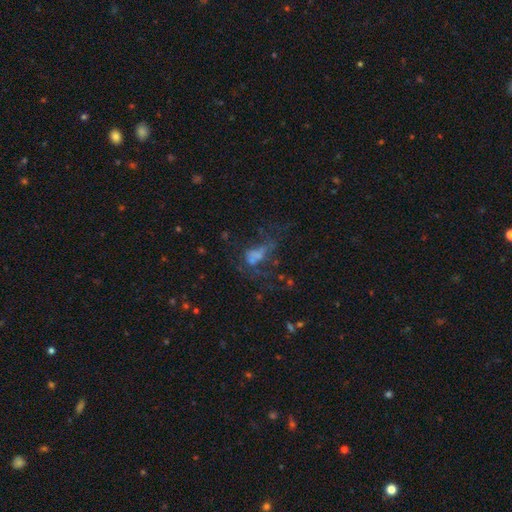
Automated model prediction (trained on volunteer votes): A featured or disk galaxy (40%).

Vote fractions:
- Smooth or featured? featured or disk: 40% / smooth: 38% / star or artifact: 22%
- Merging? major disturbance: 47% / none: 27% / minor disturbance: 14% / merger: 11%